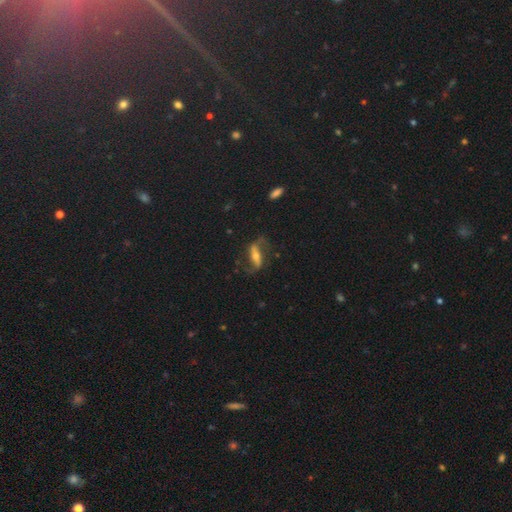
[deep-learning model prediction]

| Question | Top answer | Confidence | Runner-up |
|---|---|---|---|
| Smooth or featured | featured or disk | 73% | smooth (19%) |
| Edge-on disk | no | 81% | yes (19%) |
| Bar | strong | 55% | weak (25%) |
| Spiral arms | yes | 86% | no (14%) |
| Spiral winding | loose | 65% | medium (27%) |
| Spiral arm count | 2 | 89% | can't tell (5%) |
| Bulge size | moderate | 52% | small (35%) |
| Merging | none | 66% | minor disturbance (17%) |